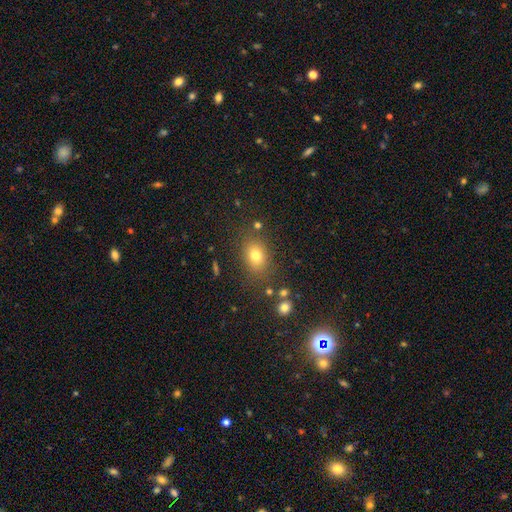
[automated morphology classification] smooth_or_featured: smooth (p=0.75) [alt: star or artifact p=0.15]
how_rounded: in between (p=0.65) [alt: round p=0.34]
merging: none (p=0.79) [alt: minor disturbance p=0.12]